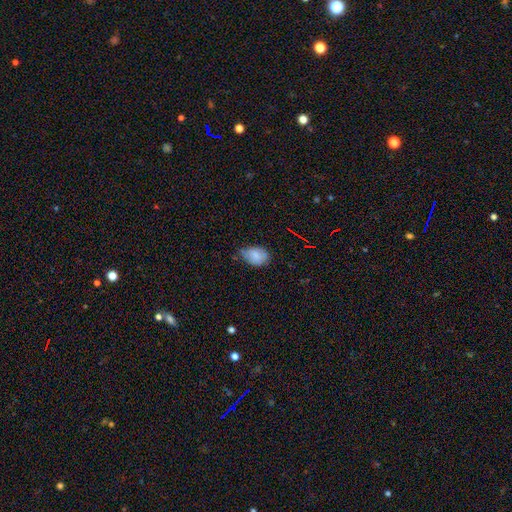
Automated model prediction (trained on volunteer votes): smooth-or-featured: smooth: 82% | featured or disk: 9% | star or artifact: 9%
  how-rounded: in between: 80% | round: 19% | cigar-shaped: 1%
  merging: none: 48% | minor disturbance: 43% | major disturbance: 7% | merger: 2%